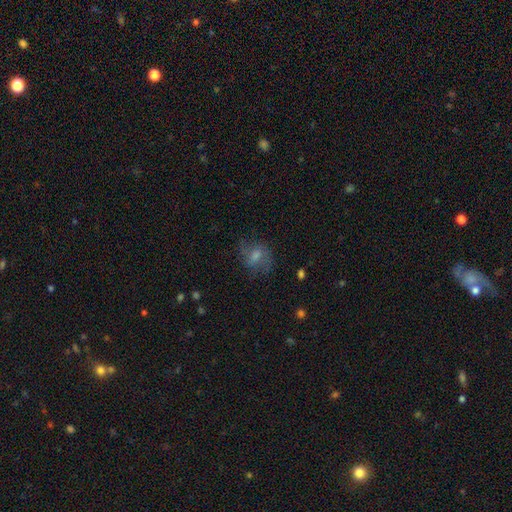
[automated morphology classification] Overall: featured or disk (43%; smooth 40%). Merging: none (68%).